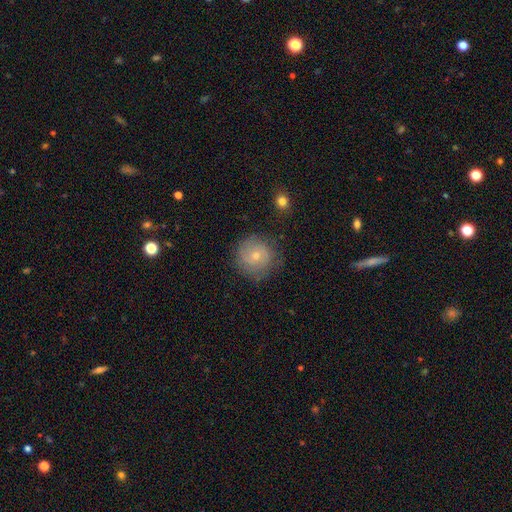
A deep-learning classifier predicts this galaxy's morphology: Q: Smooth or featured?
A: smooth (57%); runner-up: featured or disk (35%)
Q: How rounded?
A: round (92%); runner-up: in between (7%)
Q: Merging?
A: none (76%); runner-up: minor disturbance (17%)